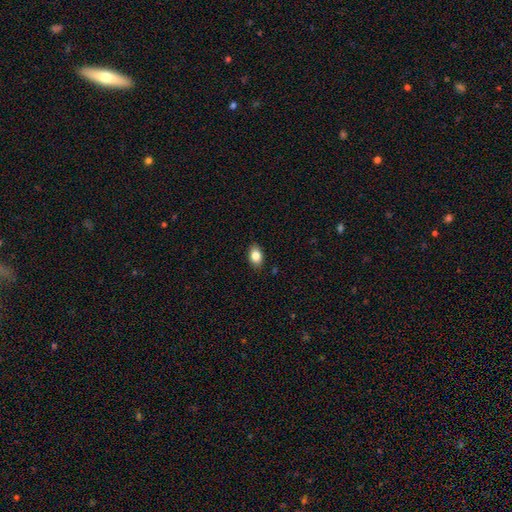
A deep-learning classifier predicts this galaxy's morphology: The model was most divided on "how rounded": in between: 84%, round: 14%, cigar-shaped: 2%. More confident: merging — none (88%); smooth or featured — smooth (83%).